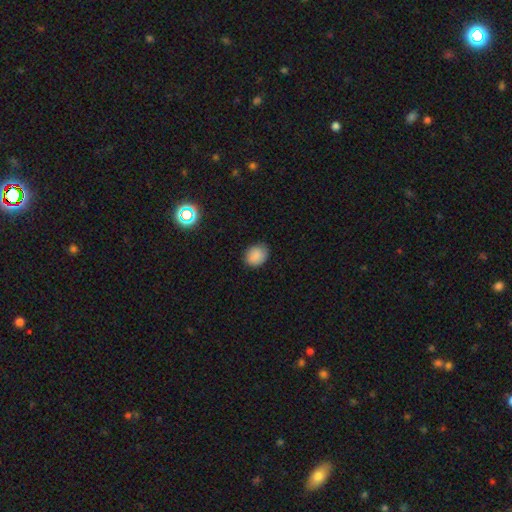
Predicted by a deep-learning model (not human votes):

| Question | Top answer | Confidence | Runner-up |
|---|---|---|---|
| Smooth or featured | smooth | 86% | star or artifact (10%) |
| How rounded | round | 51% | in between (48%) |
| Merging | none | 82% | minor disturbance (15%) |